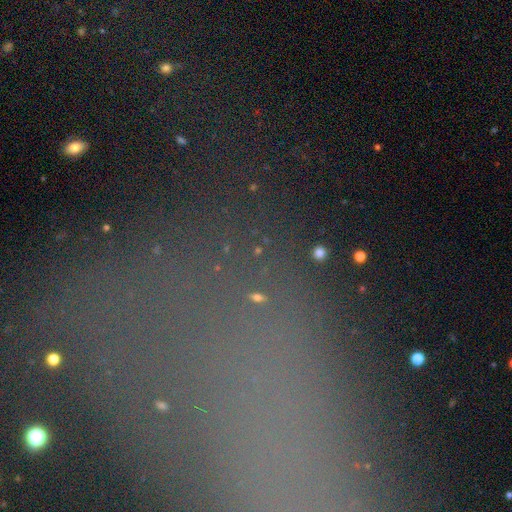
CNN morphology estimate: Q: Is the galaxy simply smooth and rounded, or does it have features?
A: star or artifact — 70%.